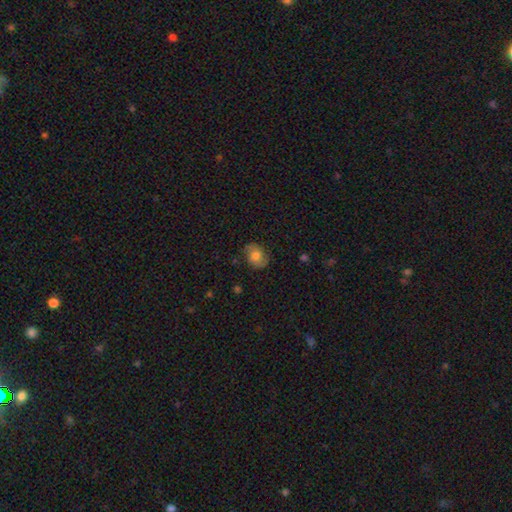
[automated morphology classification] A featured or disk galaxy (49%).

Vote fractions:
- Smooth or featured? featured or disk: 49% / smooth: 42% / star or artifact: 9%
- Merging? none: 76% / minor disturbance: 17% / major disturbance: 5% / merger: 1%